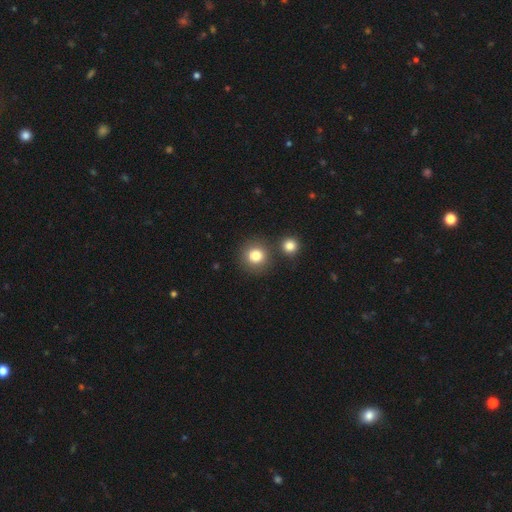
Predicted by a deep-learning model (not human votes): smooth_or_featured: smooth (p=0.80) [alt: star or artifact p=0.12]
how_rounded: round (p=0.92) [alt: in between p=0.07]
merging: none (p=0.75) [alt: merger p=0.13]